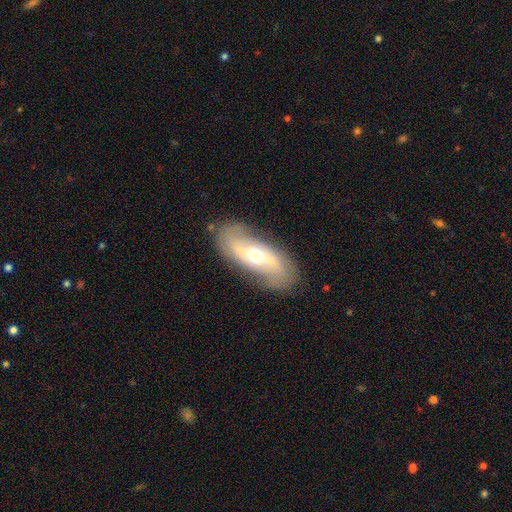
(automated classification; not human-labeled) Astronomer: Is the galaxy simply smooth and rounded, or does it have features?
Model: featured or disk — 71%.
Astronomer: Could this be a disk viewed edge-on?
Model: no — 88%.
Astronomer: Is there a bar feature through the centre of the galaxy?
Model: no — 43% (runner-up: weak, 36%).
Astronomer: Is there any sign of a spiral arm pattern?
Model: yes — 81%.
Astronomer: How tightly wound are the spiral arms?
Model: loose — 60%.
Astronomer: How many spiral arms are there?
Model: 2 — 88%.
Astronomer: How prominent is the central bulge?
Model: moderate — 65%.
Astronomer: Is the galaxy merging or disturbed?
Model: none — 83%.